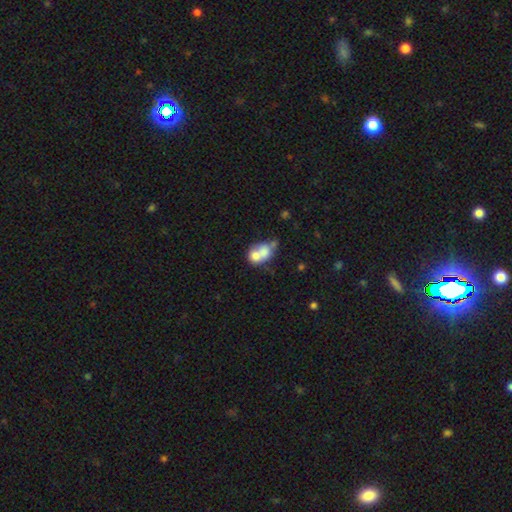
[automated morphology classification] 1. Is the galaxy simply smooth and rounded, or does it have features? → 64% smooth, 26% featured or disk, 10% star or artifact.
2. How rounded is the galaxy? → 56% in between, 42% round, 1% cigar-shaped.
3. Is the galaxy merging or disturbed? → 65% merger, 20% none, 9% minor disturbance, 7% major disturbance.